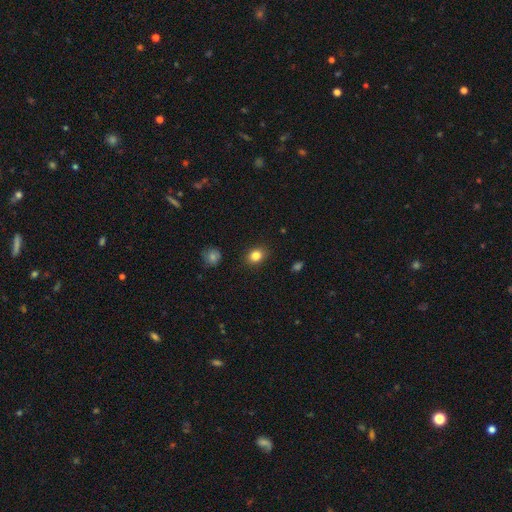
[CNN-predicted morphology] Overall: smooth (84%). How rounded: in between (50%; round 49%). Merging: none (88%).